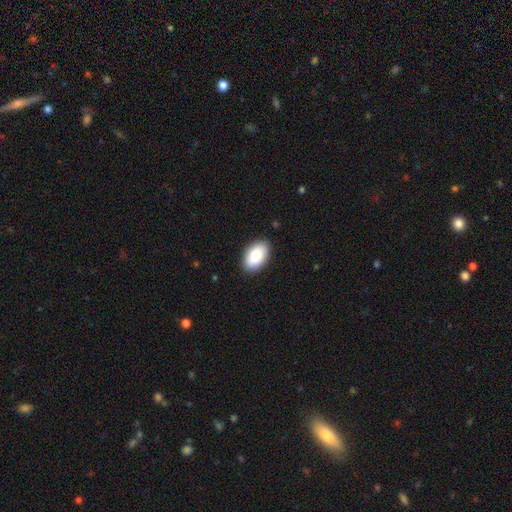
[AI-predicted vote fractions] A smooth galaxy with no disk features (87%) that is in between round and cigar-shaped (94%). Merging: none (89%).